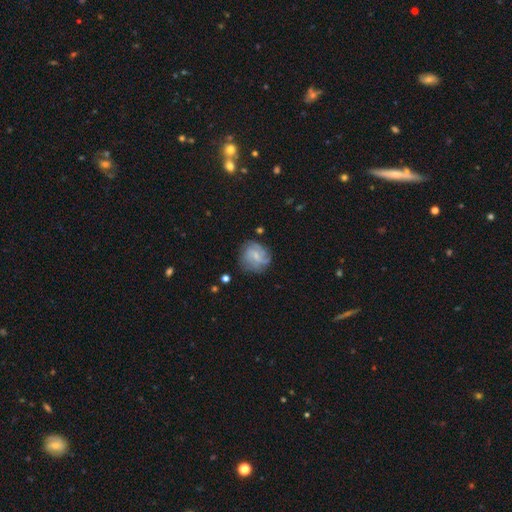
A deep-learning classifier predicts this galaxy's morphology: featured or disk 60%, smooth 31%, star or artifact 9%. Down the decision tree: edge-on disk — no (98%); bar — no (49%); spiral arms — yes (83%); bulge size — small (66%); merging — none (69%).